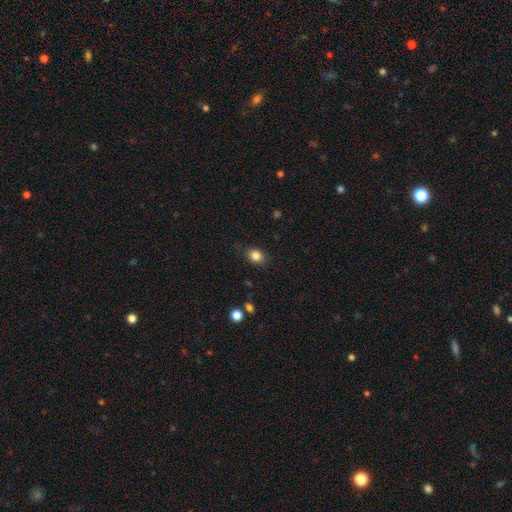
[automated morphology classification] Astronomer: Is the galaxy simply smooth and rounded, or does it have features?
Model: smooth — 83%.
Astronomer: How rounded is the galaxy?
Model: round — 50% (runner-up: in between, 48%).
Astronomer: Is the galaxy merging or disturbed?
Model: none — 81%.